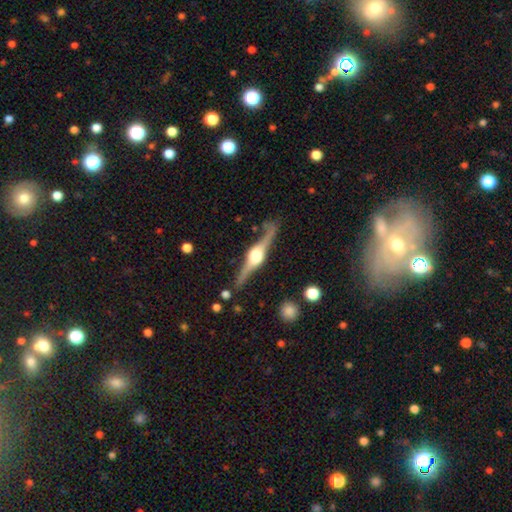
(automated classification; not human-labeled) Morphology: type=featured or disk (88%); edge-on=yes (96%); edge-on bulge=rounded (93%); merging=none (82%).